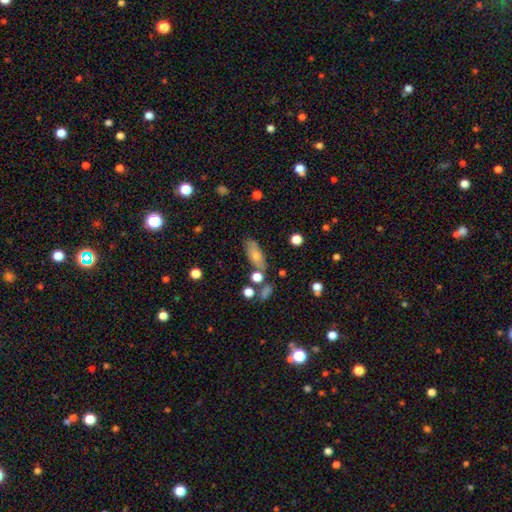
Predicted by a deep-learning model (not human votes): Smooth or featured: smooth — 70% (featured or disk — 21%)
How rounded: in between — 77% (cigar-shaped — 18%)
Merging: none — 65% (minor disturbance — 18%)